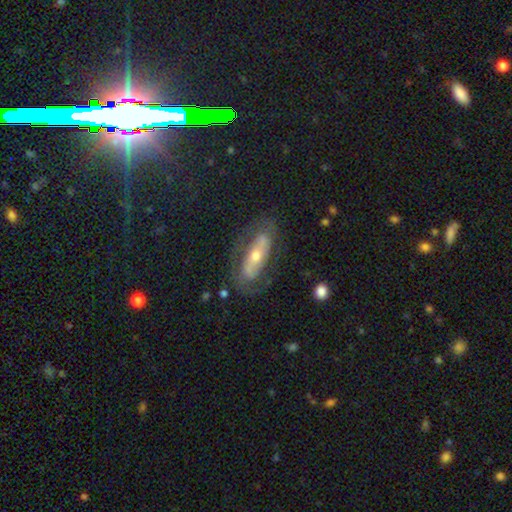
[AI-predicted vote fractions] smooth_or_featured: featured or disk (p=0.64) [alt: smooth p=0.28]
disk_edge_on: no (p=0.80) [alt: yes p=0.20]
bar: no (p=0.59) [alt: strong p=0.21]
has_spiral_arms: yes (p=0.59) [alt: no p=0.41]
bulge_size: moderate (p=0.55) [alt: small p=0.38]
merging: none (p=0.71) [alt: minor disturbance p=0.17]